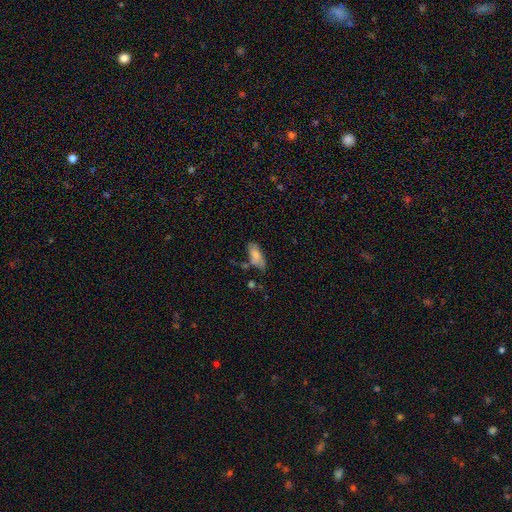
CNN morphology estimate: This appears to be a smooth galaxy with no disk features (76%) that is in between round and cigar-shaped (81%). Merging: none (54%).